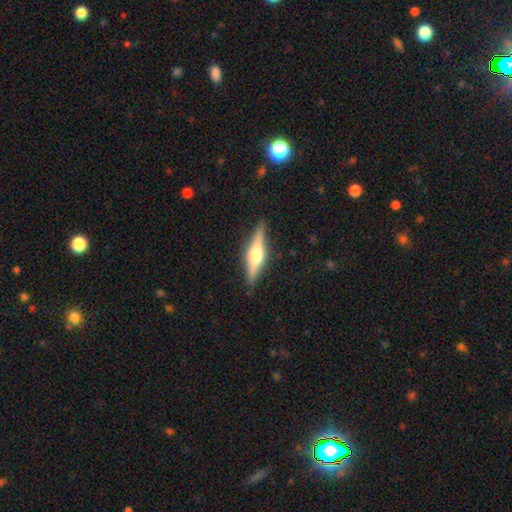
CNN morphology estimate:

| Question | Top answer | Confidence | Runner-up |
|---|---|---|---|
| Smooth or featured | featured or disk | 66% | smooth (28%) |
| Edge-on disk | yes | 97% | no (3%) |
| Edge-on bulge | rounded | 83% | boxy (13%) |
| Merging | none | 88% | minor disturbance (9%) |